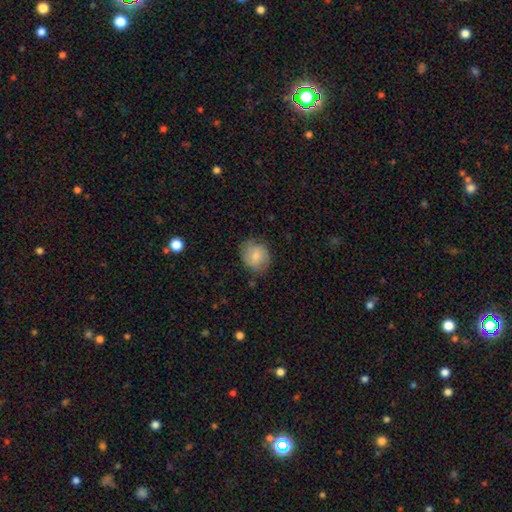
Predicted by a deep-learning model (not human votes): Smooth or featured? smooth (65%)
How rounded? round (73%)
Merging? none (70%)